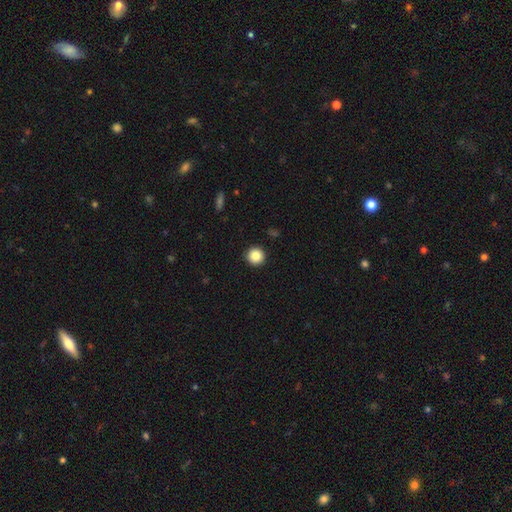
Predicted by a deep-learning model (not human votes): Q: Smooth or featured?
A: smooth (86%); runner-up: star or artifact (10%)
Q: How rounded?
A: round (96%); runner-up: in between (3%)
Q: Merging?
A: none (93%); runner-up: minor disturbance (5%)